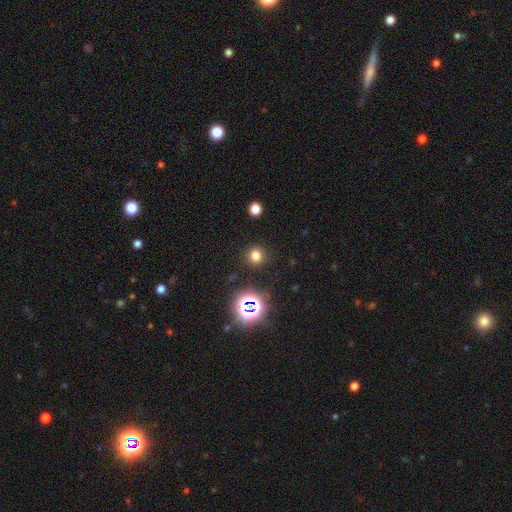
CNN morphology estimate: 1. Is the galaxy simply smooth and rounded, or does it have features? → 72% smooth, 22% star or artifact, 6% featured or disk.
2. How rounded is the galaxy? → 89% round, 10% in between, 1% cigar-shaped.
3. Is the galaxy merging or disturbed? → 89% none, 6% minor disturbance, 3% major disturbance, 2% merger.